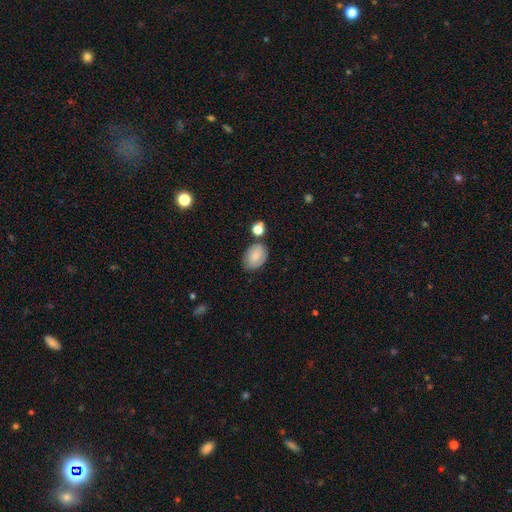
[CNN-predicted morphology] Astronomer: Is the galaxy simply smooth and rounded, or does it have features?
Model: smooth — 74%.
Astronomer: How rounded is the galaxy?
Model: in between — 80%.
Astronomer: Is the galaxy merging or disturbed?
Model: none — 67%.